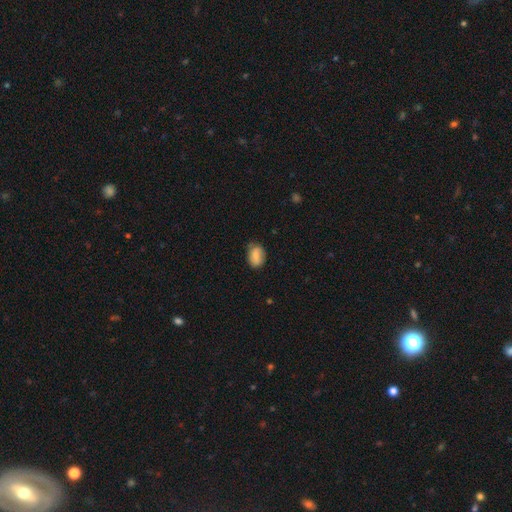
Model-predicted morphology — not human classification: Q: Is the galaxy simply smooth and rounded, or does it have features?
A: smooth — 78%.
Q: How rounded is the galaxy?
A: in between — 78%.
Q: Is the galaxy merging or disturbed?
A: none — 65%.